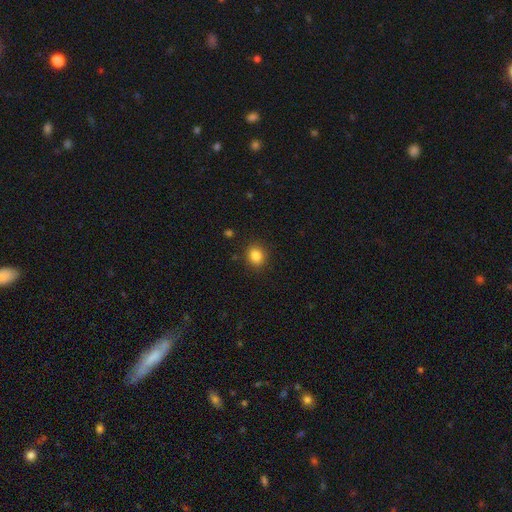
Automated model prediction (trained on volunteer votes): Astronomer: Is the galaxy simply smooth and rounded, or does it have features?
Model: smooth — 84%.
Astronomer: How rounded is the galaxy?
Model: round — 73%.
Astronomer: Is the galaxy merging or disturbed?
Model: none — 89%.